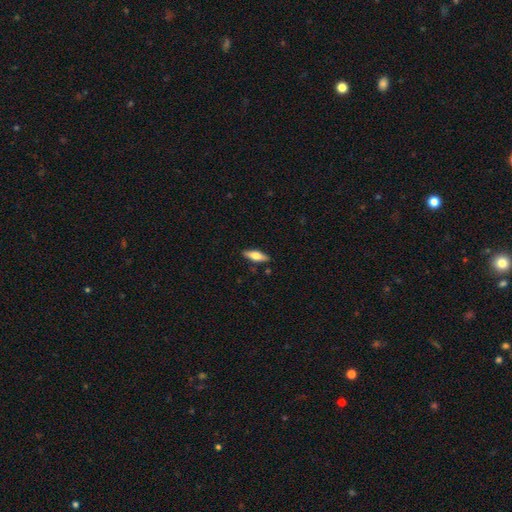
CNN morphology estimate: smooth 52%, featured or disk 42%, star or artifact 6%. Down the decision tree: how rounded — in between (53%); merging — none (88%).